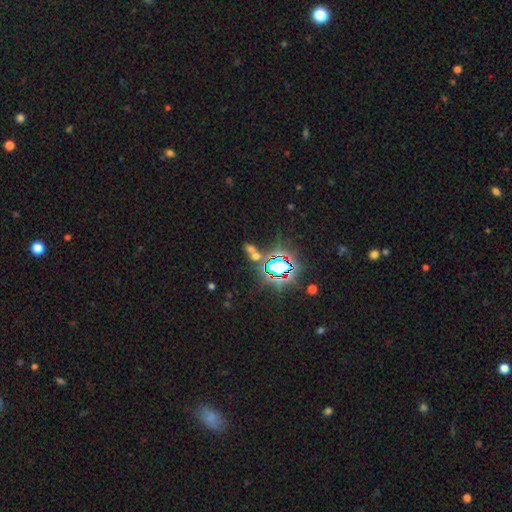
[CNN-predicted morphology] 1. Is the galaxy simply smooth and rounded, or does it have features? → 55% star or artifact, 34% smooth, 11% featured or disk.